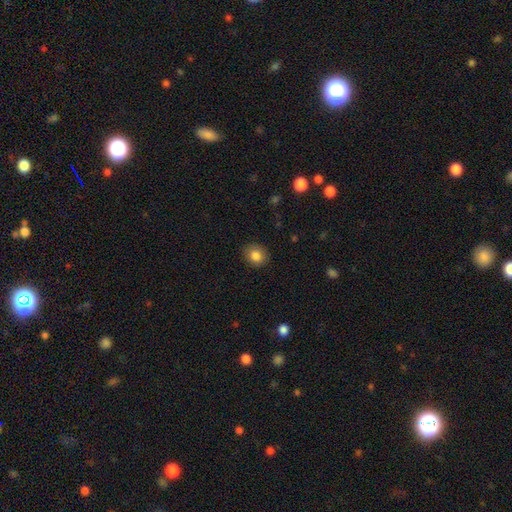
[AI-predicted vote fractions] Morphology: type=smooth (84%); roundness=round (73%); merging=none (87%).